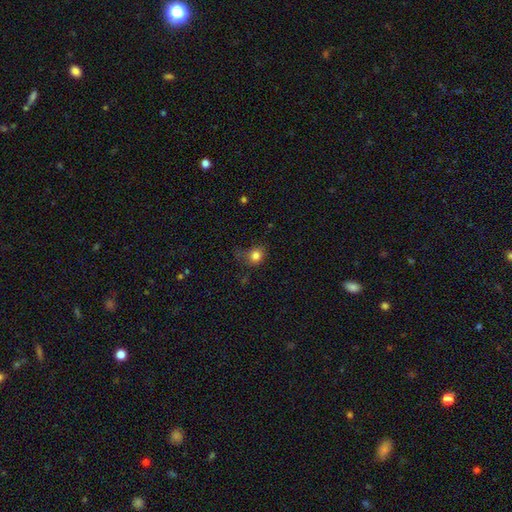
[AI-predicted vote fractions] Smooth or featured? smooth (82%)
How rounded? round (76%)
Merging? none (60%)